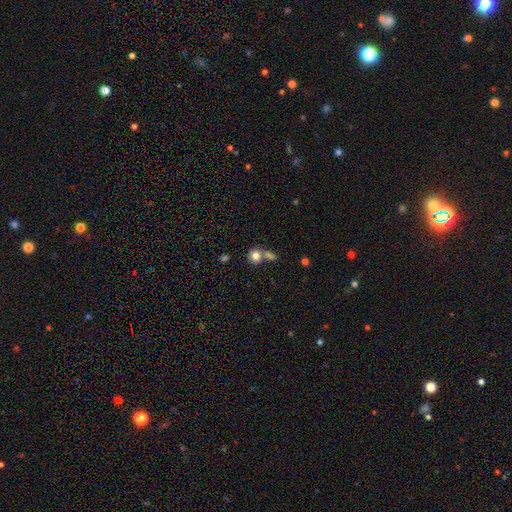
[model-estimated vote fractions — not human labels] Q: Smooth or featured?
A: smooth (82%); runner-up: star or artifact (10%)
Q: How rounded?
A: round (82%); runner-up: in between (17%)
Q: Merging?
A: none (49%); runner-up: merger (39%)